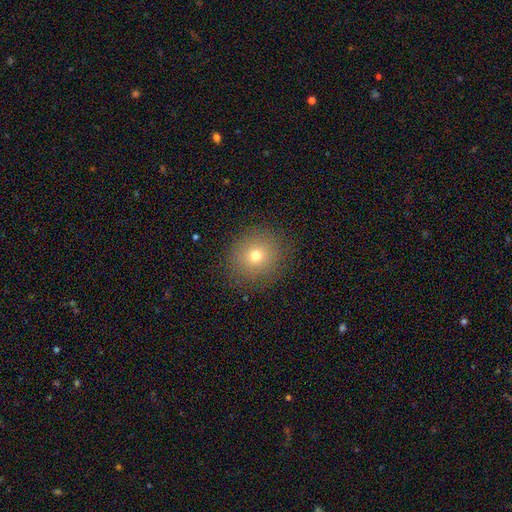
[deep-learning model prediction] Smooth or featured? Predicted: smooth (p=0.72). How rounded? Predicted: round (p=0.88). Merging? Predicted: none (p=0.88).